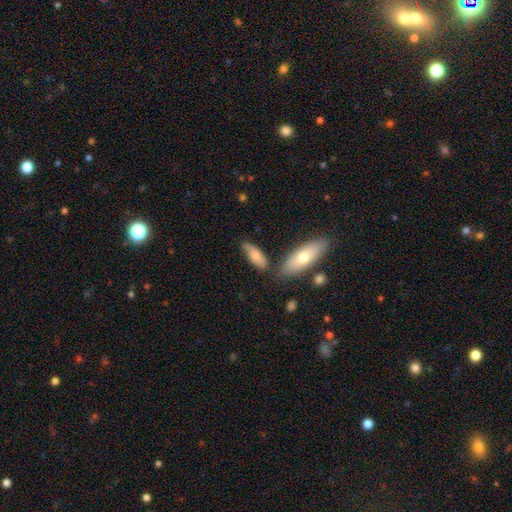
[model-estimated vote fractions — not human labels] Morphology: type=smooth (72%); roundness=in between (70%); merging=none (60%).